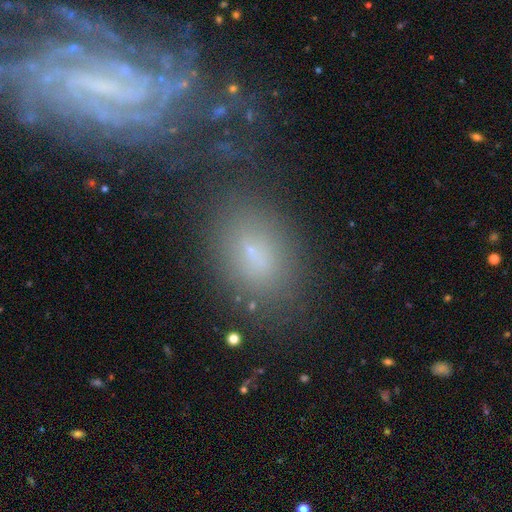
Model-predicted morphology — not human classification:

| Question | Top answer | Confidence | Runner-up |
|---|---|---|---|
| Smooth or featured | smooth | 57% | featured or disk (25%) |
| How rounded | in between | 86% | round (12%) |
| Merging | none | 68% | minor disturbance (15%) |